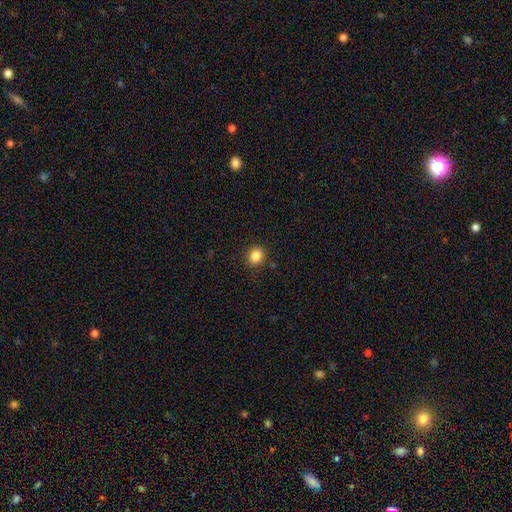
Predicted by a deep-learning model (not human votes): Morphology: type=smooth (85%); roundness=round (76%); merging=none (89%).